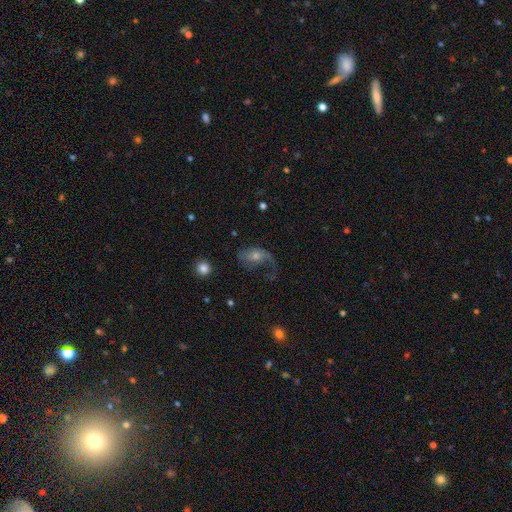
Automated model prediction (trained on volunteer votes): Smooth or featured?
  - featured or disk: 63% *
  - smooth: 26%
  - star or artifact: 12%
Edge-on disk?
  - no: 95% *
  - yes: 5%
Bar?
  - no: 72% *
  - weak: 23%
  - strong: 5%
Spiral arms?
  - yes: 80% *
  - no: 20%
Bulge size?
  - small: 48% *
  - moderate: 44%
  - large: 4%
  - none: 3%
  - dominant: 1%
Merging?
  - major disturbance: 41% *
  - none: 37%
  - minor disturbance: 20%
  - merger: 3%